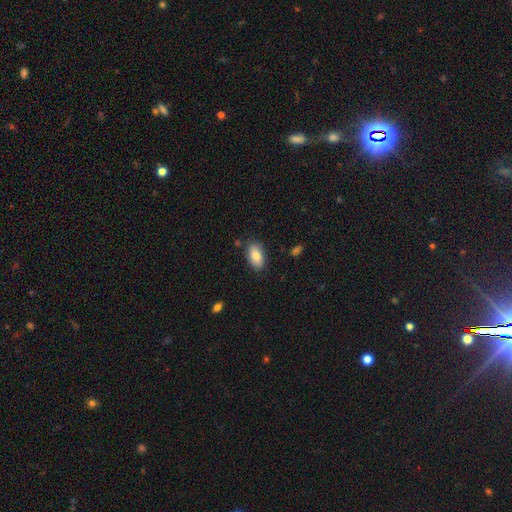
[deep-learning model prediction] This is clearly a smooth galaxy (82%). How rounded: clearly in between (93%). Merging: clearly none (83%).